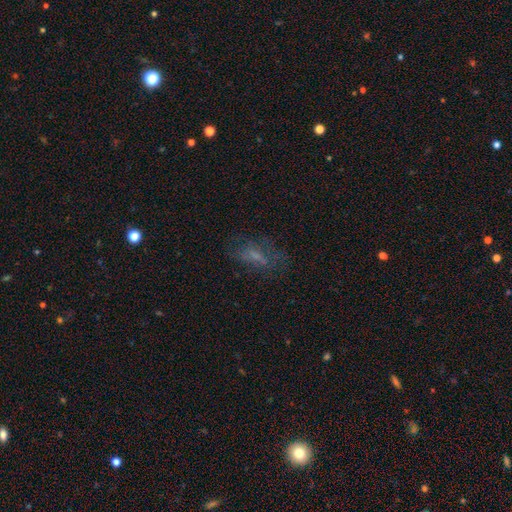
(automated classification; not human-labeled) Smooth or featured? smooth (48%)
Merging? none (56%)